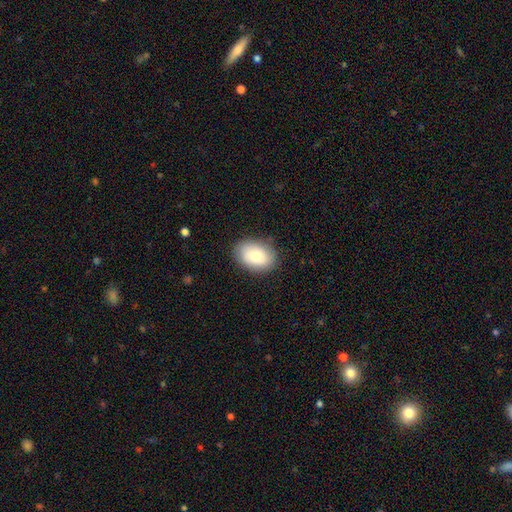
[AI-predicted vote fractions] A smooth galaxy with no disk features (76%) that is in between round and cigar-shaped (81%).

Vote fractions:
- Smooth or featured? smooth: 76% / featured or disk: 16% / star or artifact: 7%
- How rounded? in between: 81% / round: 18% / cigar-shaped: 1%
- Merging? none: 84% / minor disturbance: 12% / major disturbance: 3% / merger: 1%